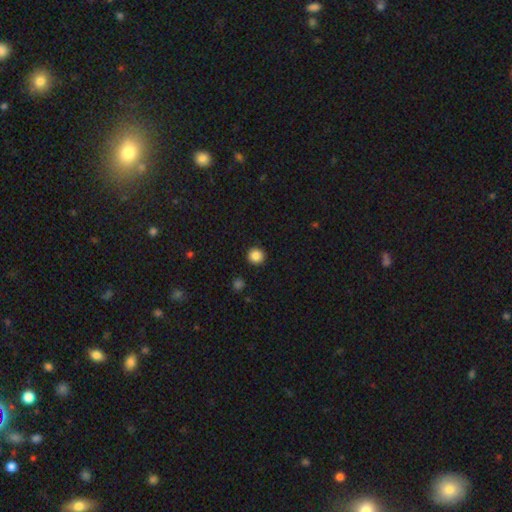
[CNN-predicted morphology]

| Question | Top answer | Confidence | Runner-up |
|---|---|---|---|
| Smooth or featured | smooth | 86% | star or artifact (10%) |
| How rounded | round | 95% | in between (4%) |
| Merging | none | 93% | minor disturbance (4%) |